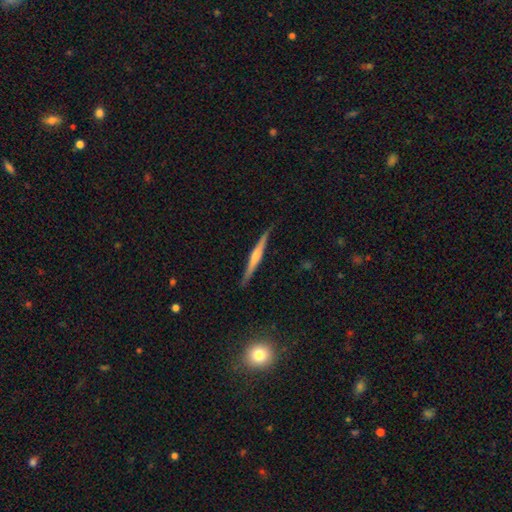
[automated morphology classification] Smooth or featured: featured or disk — 74% (smooth — 20%)
Edge-on disk: yes — 98% (no — 2%)
Edge-on bulge: rounded — 76% (none — 15%)
Merging: none — 89% (minor disturbance — 8%)